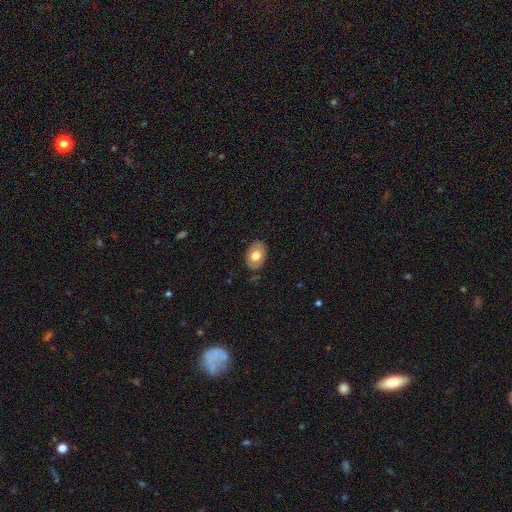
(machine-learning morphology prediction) Smooth or featured: smooth — 70% (featured or disk — 23%)
How rounded: in between — 81% (round — 18%)
Merging: none — 84% (minor disturbance — 12%)